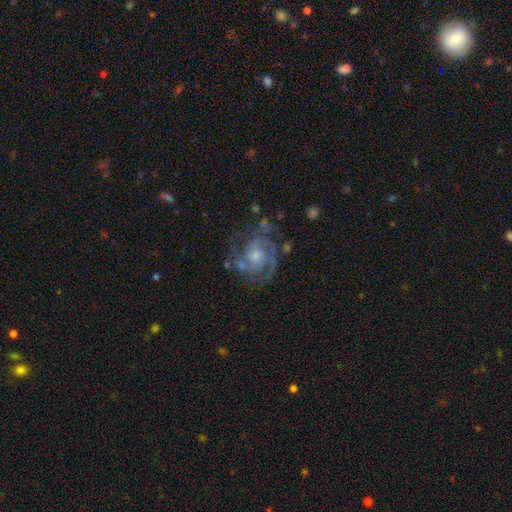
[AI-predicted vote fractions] This appears to be a featured or disk galaxy (84%) with no bar (71%), 2 (33%) tight (48%) spiral arms (94%) and a moderate central bulge (48%). Merging: none (67%).